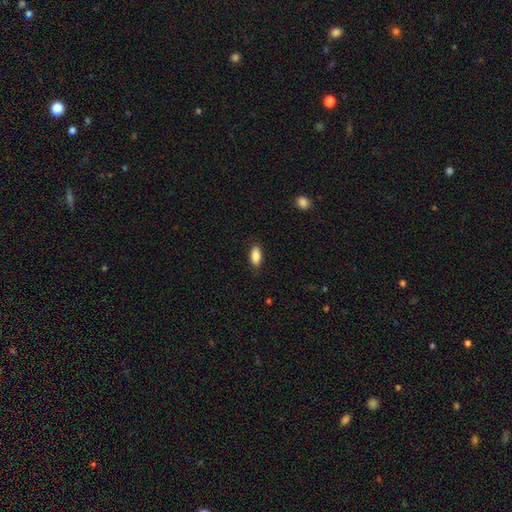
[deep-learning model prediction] Overall: smooth (87%). How rounded: in between (89%). Merging: none (86%).